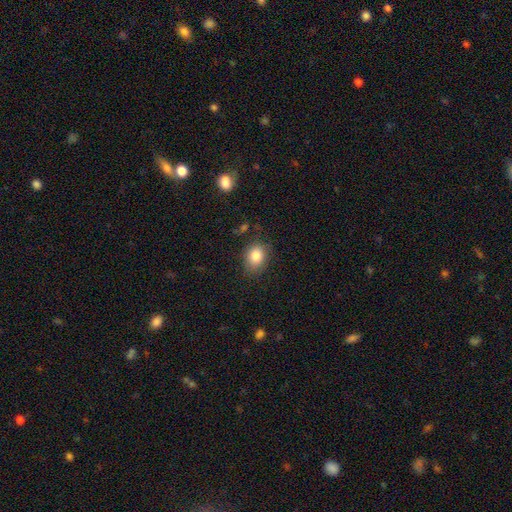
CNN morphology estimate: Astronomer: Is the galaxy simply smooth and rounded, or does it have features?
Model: smooth — 83%.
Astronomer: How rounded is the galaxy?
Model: in between — 53% (runner-up: round, 46%).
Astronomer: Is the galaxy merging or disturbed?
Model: none — 78%.